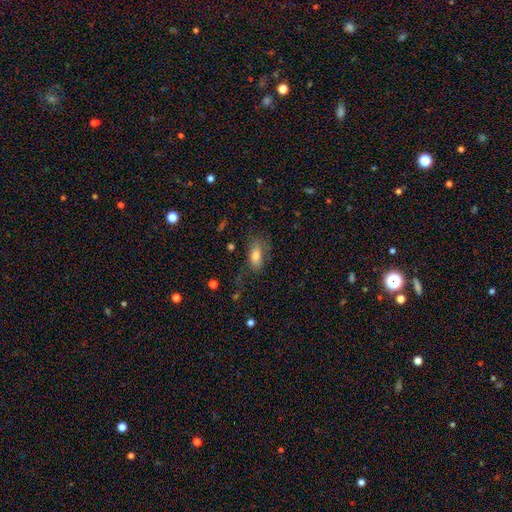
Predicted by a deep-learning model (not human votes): A smooth galaxy with no disk features (74%) that is in between round and cigar-shaped (88%).

Vote fractions:
- Smooth or featured? smooth: 74% / featured or disk: 17% / star or artifact: 9%
- How rounded? in between: 88% / cigar-shaped: 8% / round: 5%
- Merging? none: 54% / minor disturbance: 24% / major disturbance: 20% / merger: 3%